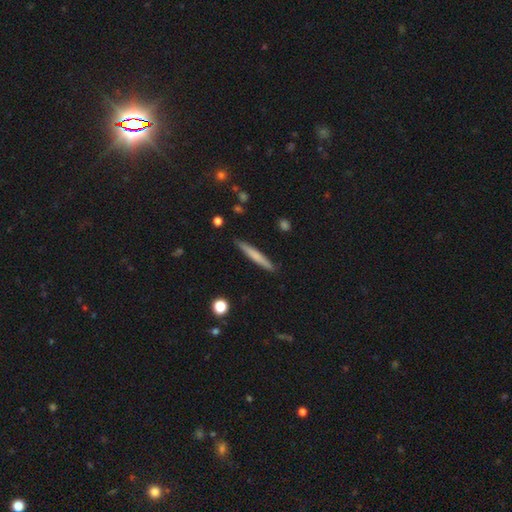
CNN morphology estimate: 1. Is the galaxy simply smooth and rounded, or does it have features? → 65% smooth, 29% featured or disk, 6% star or artifact.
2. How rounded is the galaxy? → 96% cigar-shaped, 3% in between, 1% round.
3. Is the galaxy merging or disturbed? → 90% none, 7% minor disturbance, 1% major disturbance, 1% merger.